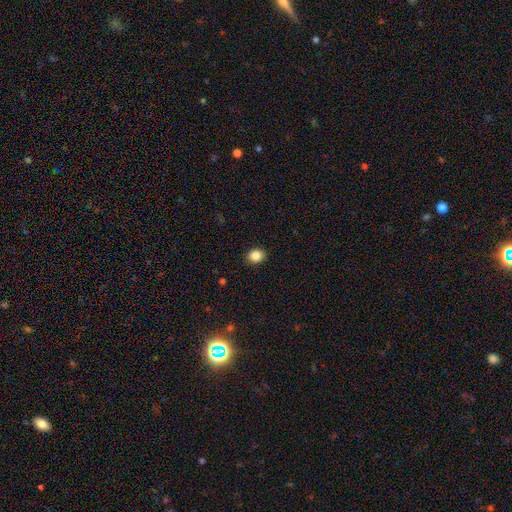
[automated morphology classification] Overall: smooth (86%). How rounded: round (63%; in between 36%). Merging: none (90%).